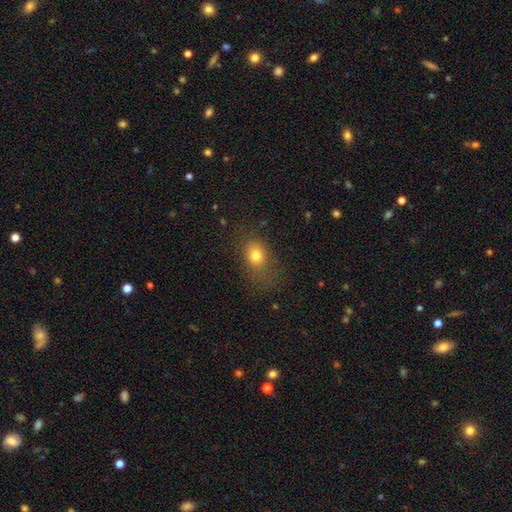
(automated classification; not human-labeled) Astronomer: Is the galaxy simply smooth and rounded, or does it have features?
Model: smooth — 77%.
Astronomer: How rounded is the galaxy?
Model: in between — 60% (runner-up: round, 38%).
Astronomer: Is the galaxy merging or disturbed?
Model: none — 70%.